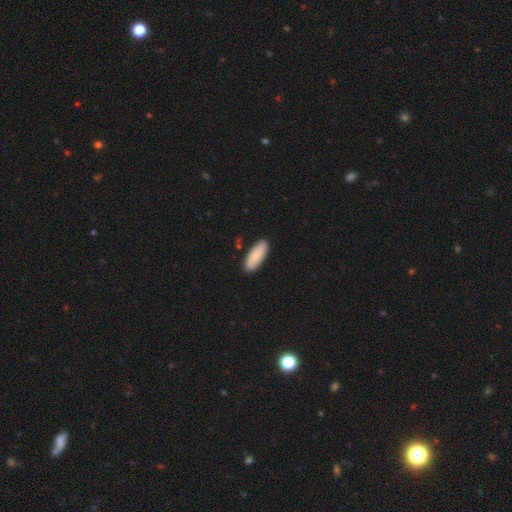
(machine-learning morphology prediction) Smooth or featured? smooth (79%)
How rounded? in between (73%)
Merging? none (87%)